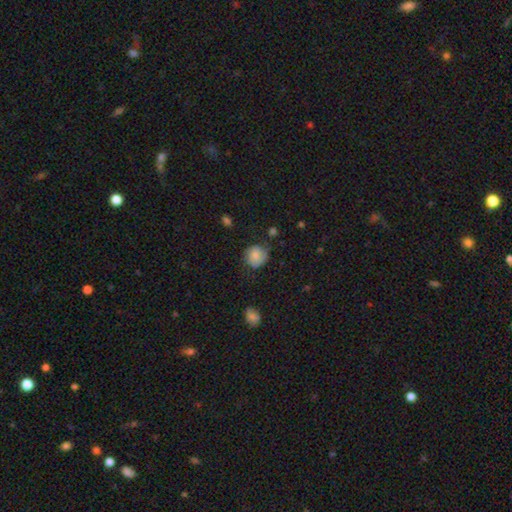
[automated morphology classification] This is likely a smooth galaxy (78%). How rounded: likely round (80%). Merging: likely none (60%).